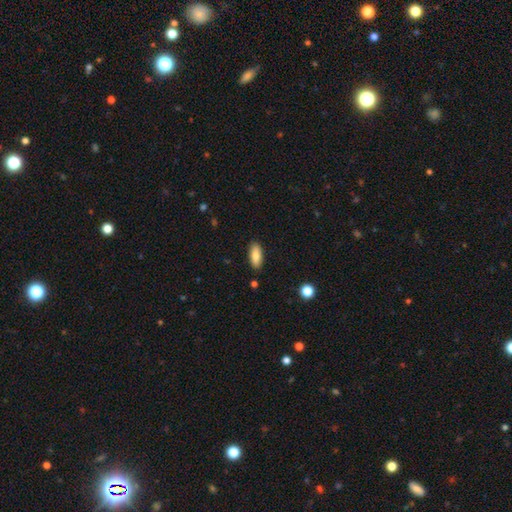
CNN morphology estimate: Q: Smooth or featured?
A: smooth (86%); runner-up: featured or disk (7%)
Q: How rounded?
A: in between (78%); runner-up: cigar-shaped (20%)
Q: Merging?
A: none (87%); runner-up: minor disturbance (9%)